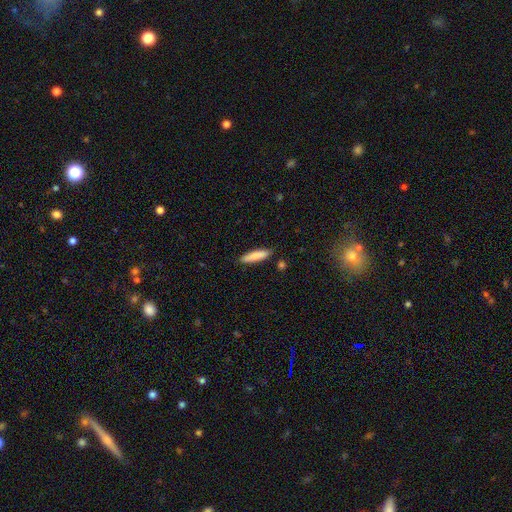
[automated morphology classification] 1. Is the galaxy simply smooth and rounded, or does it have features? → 83% smooth, 11% featured or disk, 6% star or artifact.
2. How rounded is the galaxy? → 76% cigar-shaped, 22% in between, 1% round.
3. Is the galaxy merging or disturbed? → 87% none, 10% minor disturbance, 2% merger, 2% major disturbance.